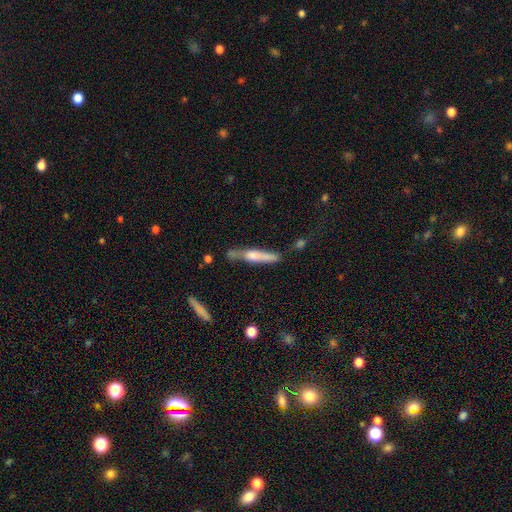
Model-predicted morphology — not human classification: Smooth or featured?
  - featured or disk: 47% *
  - smooth: 46%
  - star or artifact: 7%
Merging?
  - none: 58% *
  - minor disturbance: 23%
  - merger: 12%
  - major disturbance: 8%